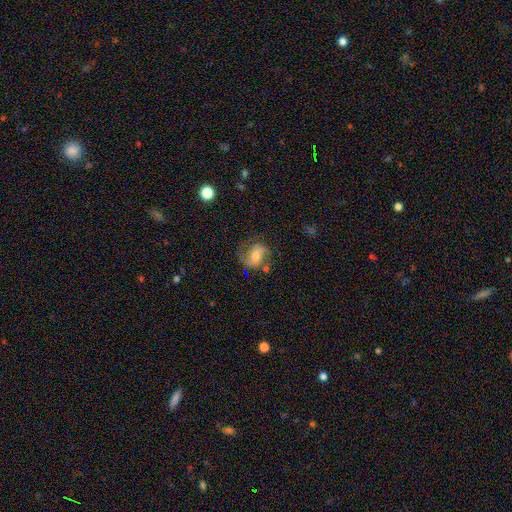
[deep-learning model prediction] smooth-or-featured: featured or disk: 75% | smooth: 17% | star or artifact: 8%
  disk-edge-on: no: 97% | yes: 3%
    bar: no: 48% | weak: 37% | strong: 14%
    has-spiral-arms: yes: 94% | no: 6%
      spiral-winding: medium: 50% | loose: 32% | tight: 18%
      spiral-arm-count: 2: 83% | 1: 9% | can't tell: 5% | 3: 2% | 4: 1% | more than 4: 1%
    bulge-size: moderate: 55% | small: 33% | large: 8% | none: 3% | dominant: 1%
  merging: none: 65% | minor disturbance: 19% | major disturbance: 13% | merger: 3%